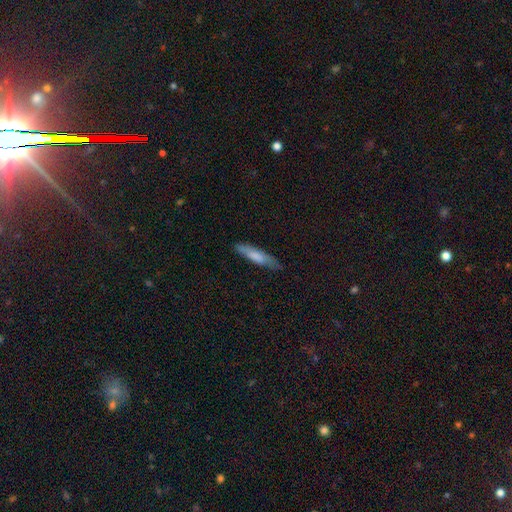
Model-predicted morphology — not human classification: smooth_or_featured: smooth (p=0.70) [alt: featured or disk p=0.24]
how_rounded: cigar-shaped (p=0.80) [alt: in between p=0.18]
merging: none (p=0.75) [alt: minor disturbance p=0.19]